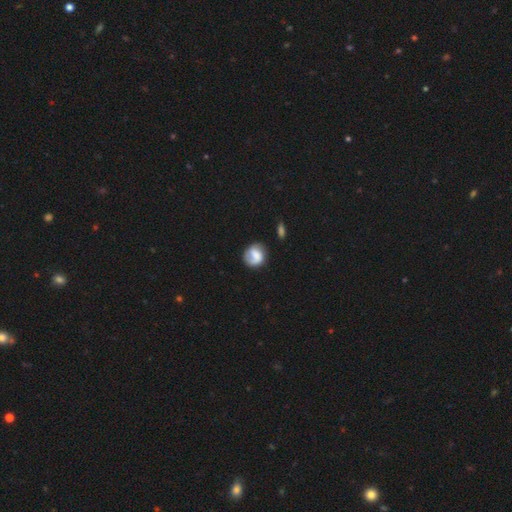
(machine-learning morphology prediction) smooth 60%, featured or disk 32%, star or artifact 7%. Down the decision tree: how rounded — round (77%); merging — none (64%).